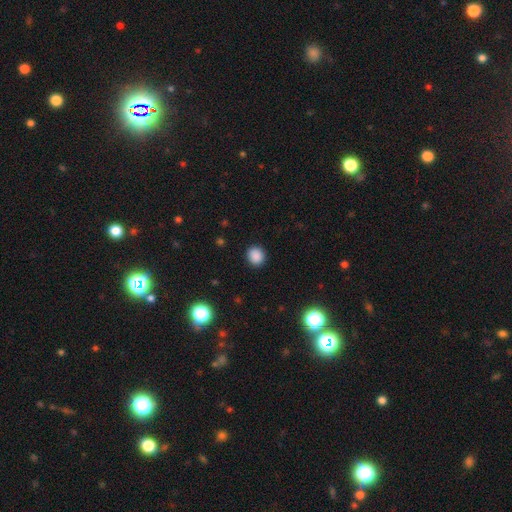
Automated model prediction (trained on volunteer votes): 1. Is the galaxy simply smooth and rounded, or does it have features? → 86% smooth, 11% star or artifact, 3% featured or disk.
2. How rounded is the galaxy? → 82% round, 17% in between, 1% cigar-shaped.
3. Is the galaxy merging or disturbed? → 90% none, 7% minor disturbance, 2% major disturbance, 1% merger.